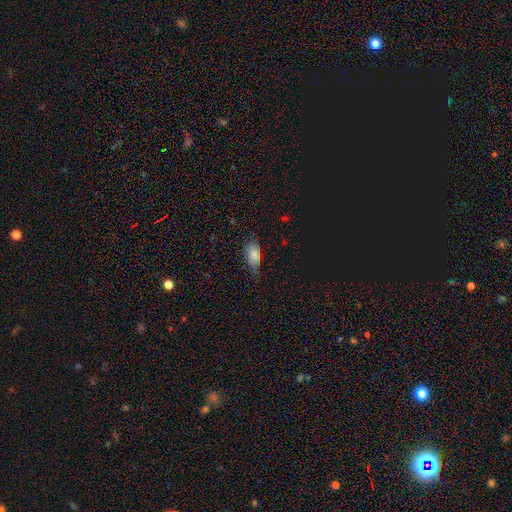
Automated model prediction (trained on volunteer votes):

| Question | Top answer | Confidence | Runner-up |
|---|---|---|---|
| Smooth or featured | smooth | 65% | star or artifact (22%) |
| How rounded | in between | 80% | cigar-shaped (14%) |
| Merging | none | 59% | minor disturbance (31%) |